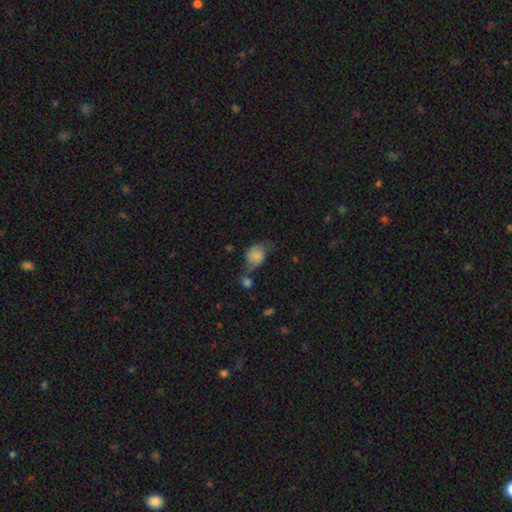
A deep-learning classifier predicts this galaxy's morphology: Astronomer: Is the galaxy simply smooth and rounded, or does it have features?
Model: smooth — 77%.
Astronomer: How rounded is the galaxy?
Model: in between — 56% (runner-up: round, 43%).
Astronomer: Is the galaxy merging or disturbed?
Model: none — 37% (runner-up: minor disturbance, 29%).